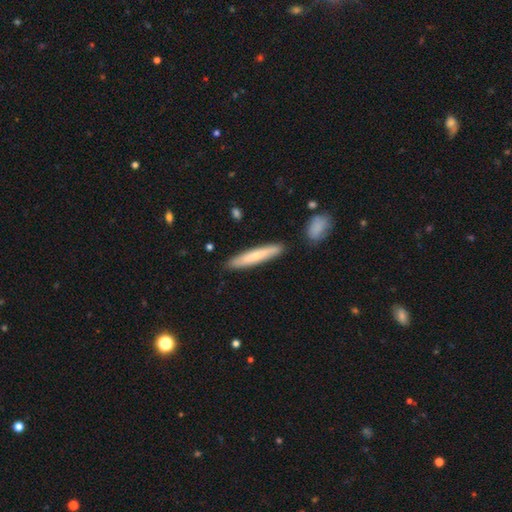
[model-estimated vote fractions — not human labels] Smooth or featured?
  - smooth: 66% *
  - featured or disk: 28%
  - star or artifact: 6%
How rounded?
  - cigar-shaped: 91% *
  - in between: 8%
  - round: 1%
Merging?
  - none: 86% *
  - minor disturbance: 9%
  - merger: 3%
  - major disturbance: 2%